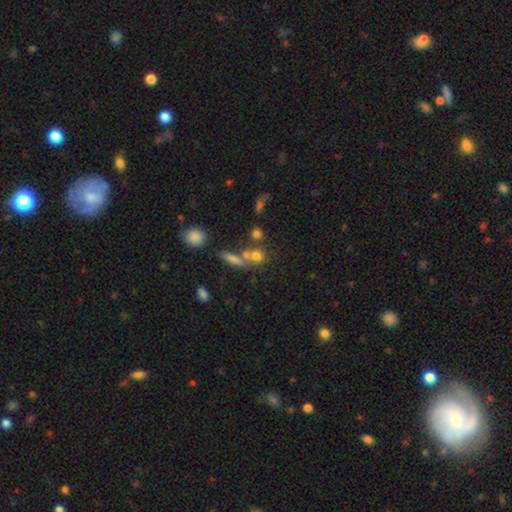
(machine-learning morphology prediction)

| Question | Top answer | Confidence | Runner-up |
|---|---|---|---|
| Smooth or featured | smooth | 53% | star or artifact (27%) |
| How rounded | round | 67% | in between (25%) |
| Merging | none | 47% | merger (38%) |